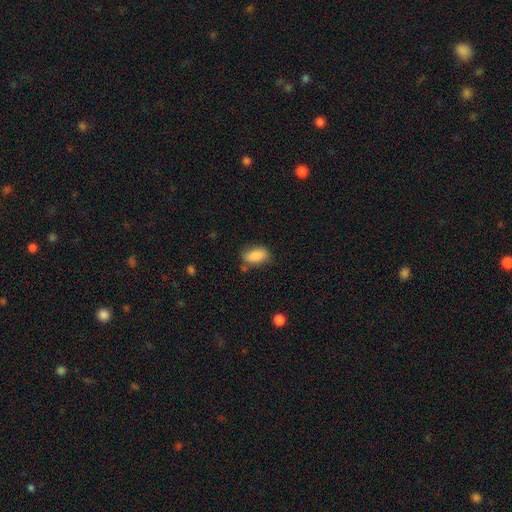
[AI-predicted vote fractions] Smooth or featured?
  - smooth: 85% *
  - featured or disk: 8%
  - star or artifact: 7%
How rounded?
  - in between: 90% *
  - round: 6%
  - cigar-shaped: 5%
Merging?
  - none: 75% *
  - minor disturbance: 17%
  - major disturbance: 4%
  - merger: 4%